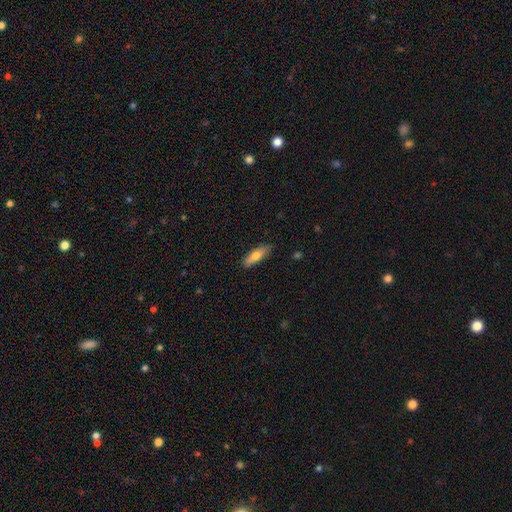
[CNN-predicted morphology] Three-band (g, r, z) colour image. It shows a smooth galaxy with no disk features (65%) that is cigar-shaped (61%). Merging: none (86%).